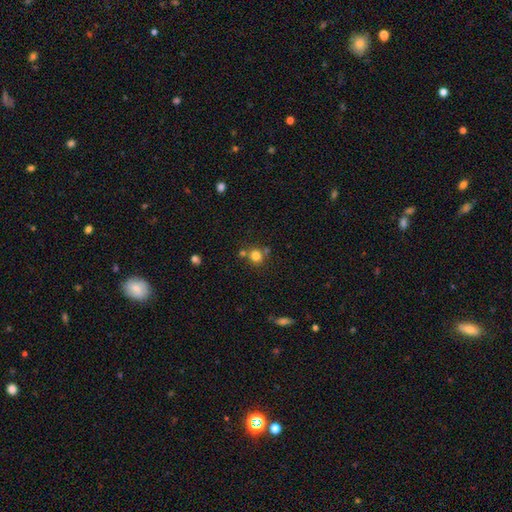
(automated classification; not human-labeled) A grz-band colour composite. It shows a smooth galaxy with no disk features (80%) that is round (87%). Merging: none (66%).